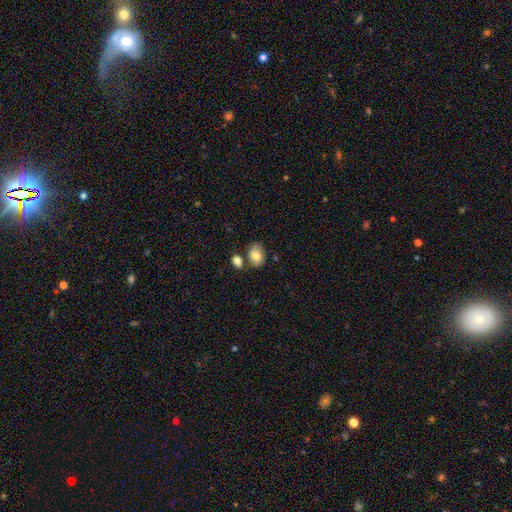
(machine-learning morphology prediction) Smooth or featured: smooth — 81% (featured or disk — 11%)
How rounded: in between — 72% (round — 27%)
Merging: none — 64% (merger — 17%)